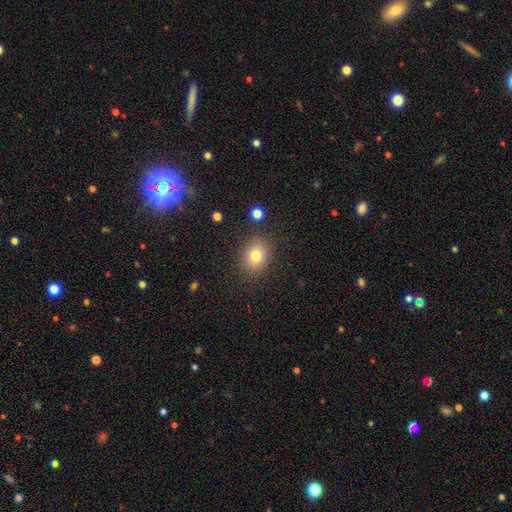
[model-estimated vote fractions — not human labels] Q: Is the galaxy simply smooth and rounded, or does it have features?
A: smooth — 79%.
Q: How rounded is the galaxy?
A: round — 51%.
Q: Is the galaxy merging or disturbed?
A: none — 85%.